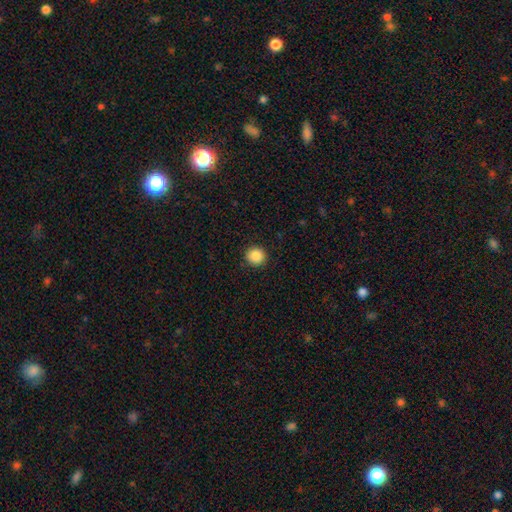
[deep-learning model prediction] Smooth or featured?
  - smooth: 88% *
  - star or artifact: 9%
  - featured or disk: 3%
How rounded?
  - round: 92% *
  - in between: 7%
  - cigar-shaped: 1%
Merging?
  - none: 91% *
  - minor disturbance: 6%
  - major disturbance: 2%
  - merger: 1%